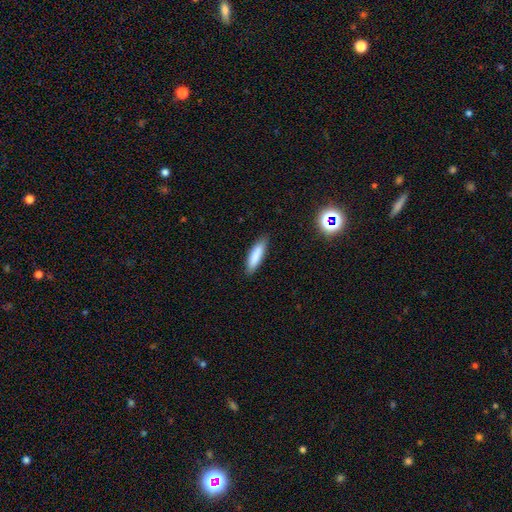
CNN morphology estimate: A smooth galaxy with no disk features (85%) that is cigar-shaped (65%). Merging: none (87%).